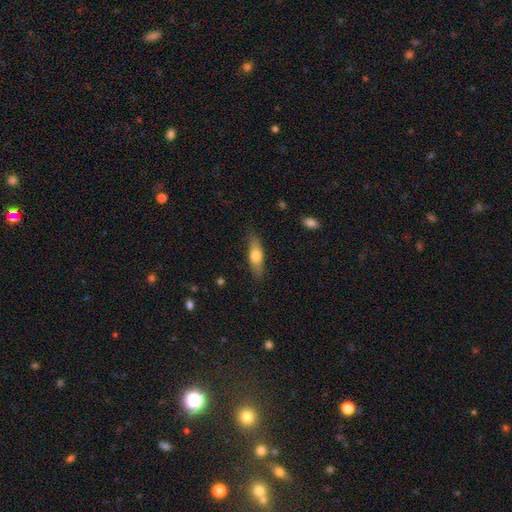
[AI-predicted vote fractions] A smooth galaxy with no disk features (61%) that is in between round and cigar-shaped (49%).

Vote fractions:
- Smooth or featured? smooth: 61% / featured or disk: 34% / star or artifact: 6%
- How rounded? in between: 49% / cigar-shaped: 48% / round: 3%
- Merging? none: 83% / minor disturbance: 13% / major disturbance: 3% / merger: 1%